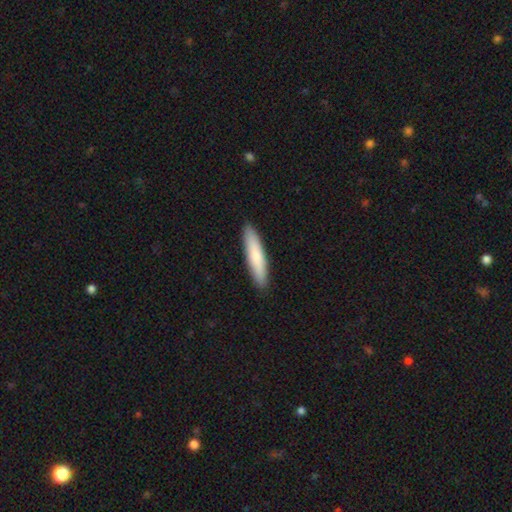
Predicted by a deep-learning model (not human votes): Overall: smooth (79%). How rounded: cigar-shaped (88%). Merging: none (91%).